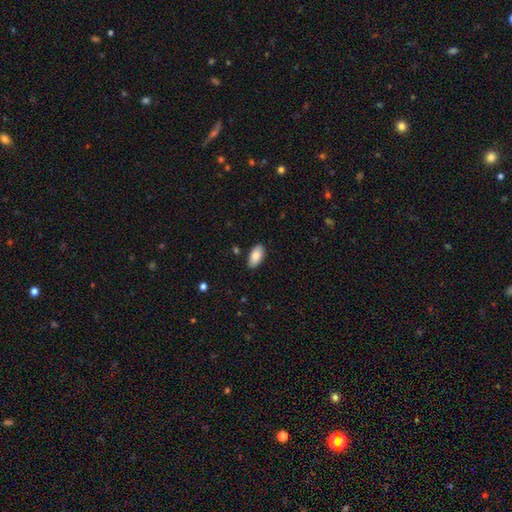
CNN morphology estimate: This is clearly a smooth galaxy (84%). How rounded: clearly in between (94%). Merging: clearly none (87%).